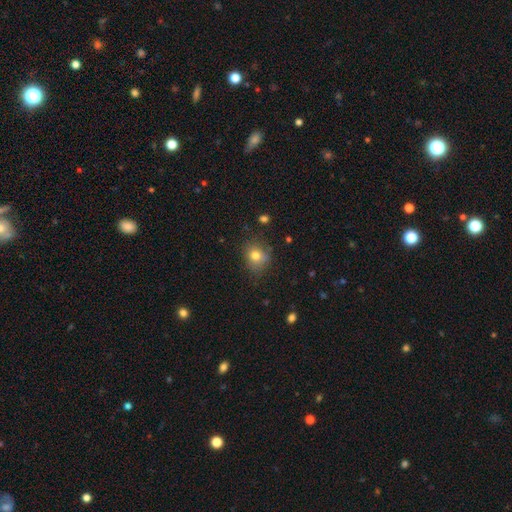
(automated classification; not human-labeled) smooth_or_featured: smooth (p=0.78) [alt: star or artifact p=0.12]
how_rounded: round (p=0.64) [alt: in between p=0.35]
merging: none (p=0.73) [alt: minor disturbance p=0.20]